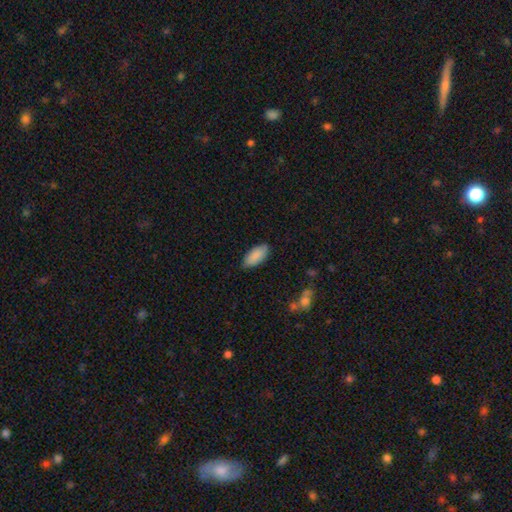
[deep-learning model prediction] Smooth or featured?
  - smooth: 87% *
  - featured or disk: 6%
  - star or artifact: 6%
How rounded?
  - in between: 91% *
  - cigar-shaped: 7%
  - round: 2%
Merging?
  - none: 81% *
  - minor disturbance: 16%
  - major disturbance: 2%
  - merger: 1%